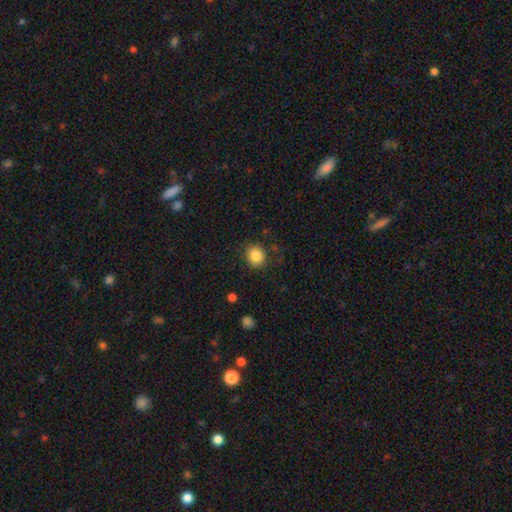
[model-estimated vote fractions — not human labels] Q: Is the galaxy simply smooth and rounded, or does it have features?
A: smooth — 86%.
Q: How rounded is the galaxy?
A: round — 78%.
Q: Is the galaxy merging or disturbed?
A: none — 85%.